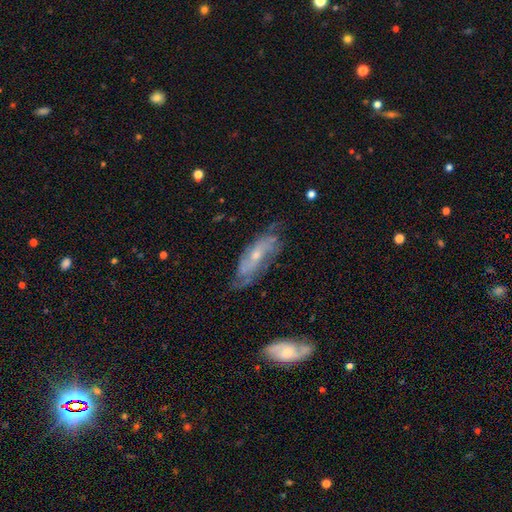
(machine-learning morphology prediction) A featured or disk galaxy (71%) with no bar (65%), medium (40%, tied with tight) spiral arms (84%) and a small central bulge (59%). Merging: none (60%).